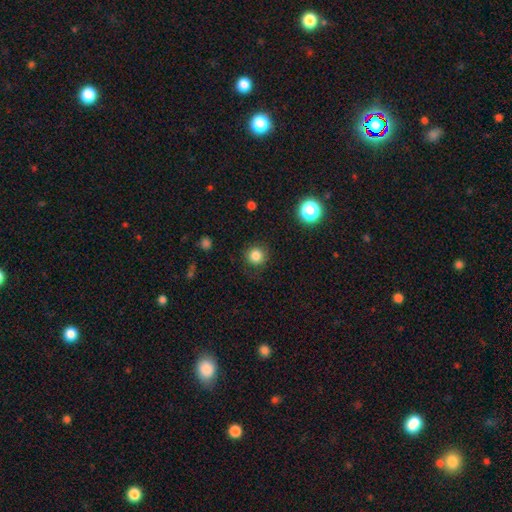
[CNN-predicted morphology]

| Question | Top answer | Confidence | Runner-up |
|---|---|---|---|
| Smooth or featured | smooth | 83% | star or artifact (12%) |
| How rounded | round | 93% | in between (6%) |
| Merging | none | 86% | minor disturbance (9%) |